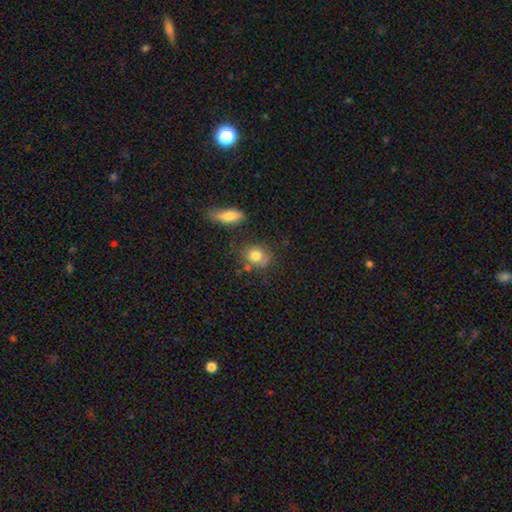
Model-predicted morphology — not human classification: A smooth galaxy with no disk features (79%) that is round (52%).

Vote fractions:
- Smooth or featured? smooth: 79% / featured or disk: 12% / star or artifact: 9%
- How rounded? round: 52% / in between: 46% / cigar-shaped: 2%
- Merging? none: 59% / minor disturbance: 22% / merger: 11% / major disturbance: 8%